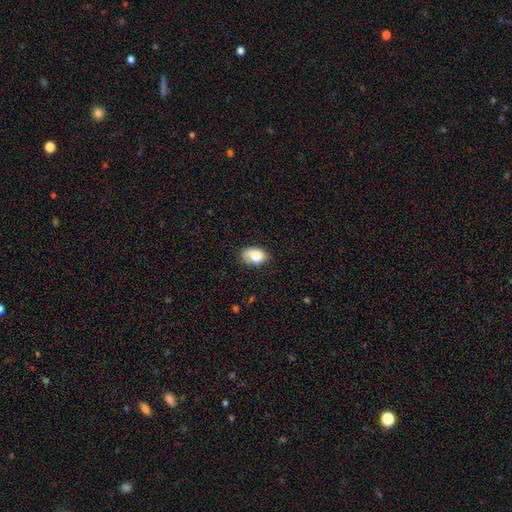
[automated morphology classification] type=smooth (82%); roundness=in between (84%); merging=none (57%).